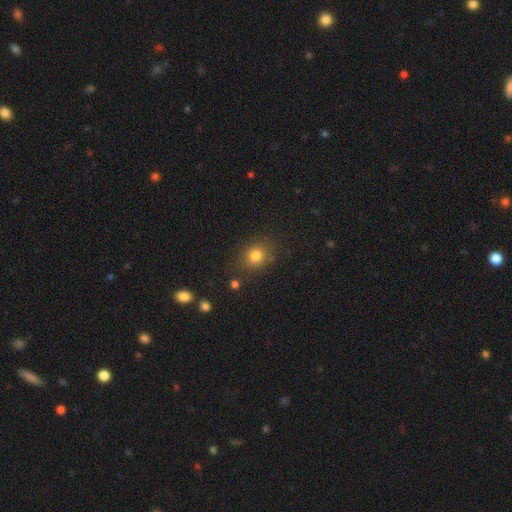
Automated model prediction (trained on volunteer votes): Smooth or featured? smooth (79%)
How rounded? round (64%)
Merging? none (80%)